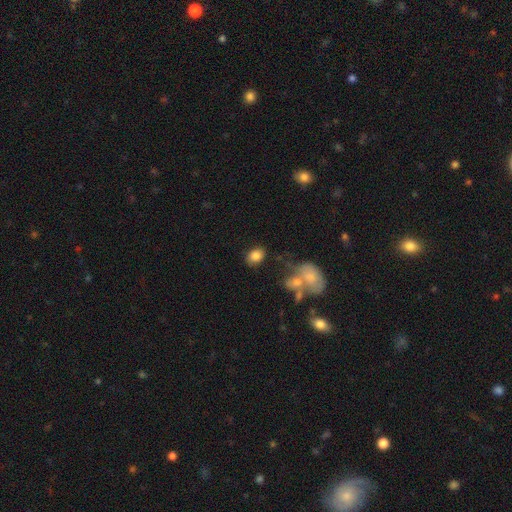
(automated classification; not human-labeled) Smooth or featured? smooth (84%)
How rounded? in between (73%)
Merging? none (76%)